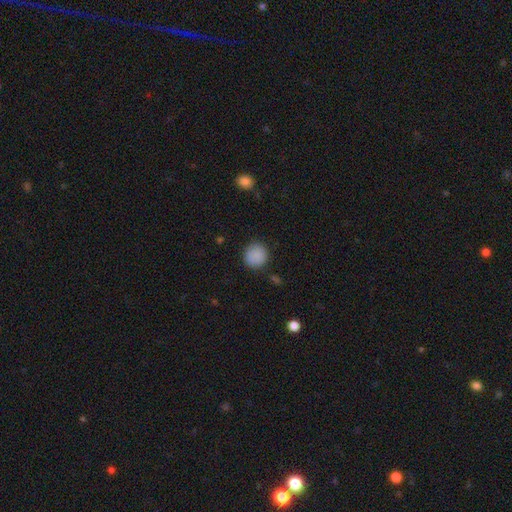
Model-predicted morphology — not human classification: Smooth or featured? smooth (89%)
How rounded? round (92%)
Merging? none (89%)